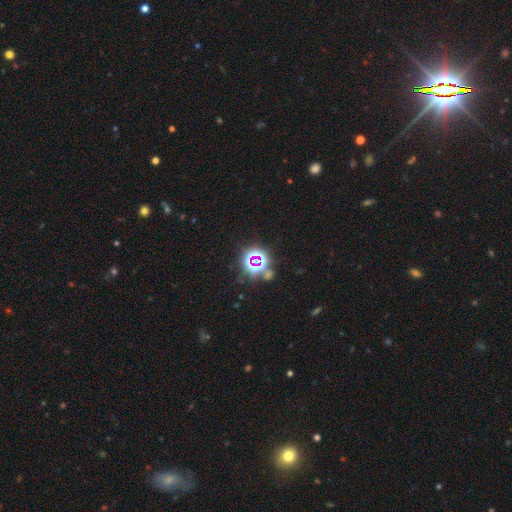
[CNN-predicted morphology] The model was most divided on "smooth or featured": star or artifact: 73%, smooth: 18%, featured or disk: 9%.